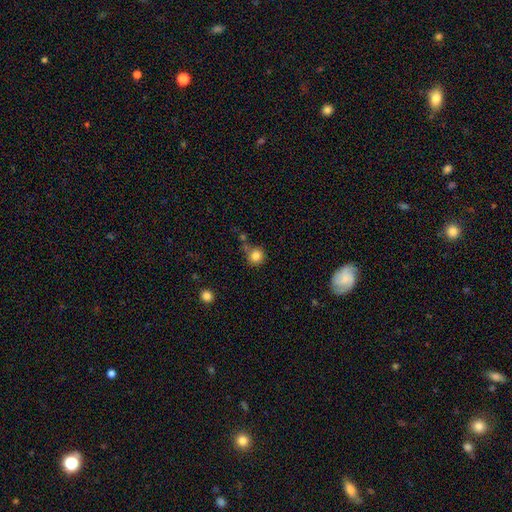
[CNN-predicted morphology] smooth-or-featured: smooth: 82% | star or artifact: 11% | featured or disk: 6%
  how-rounded: round: 93% | in between: 6% | cigar-shaped: 1%
  merging: none: 67% | minor disturbance: 15% | merger: 13% | major disturbance: 5%